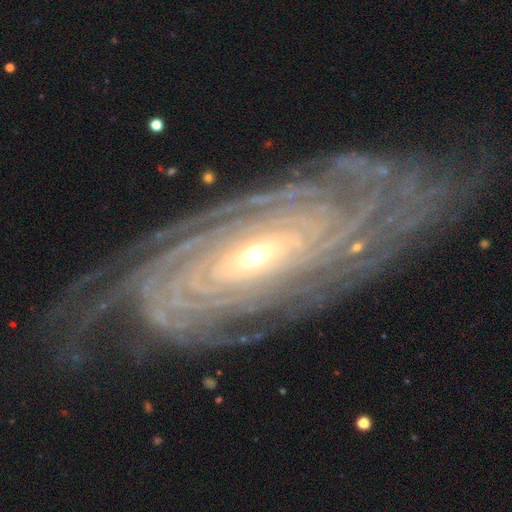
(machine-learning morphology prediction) Smooth or featured: featured or disk — 90% (star or artifact — 5%)
Edge-on disk: no — 91% (yes — 9%)
Bar: no — 65% (weak — 20%)
Spiral arms: yes — 97% (no — 3%)
Spiral winding: tight — 85% (medium — 11%)
Spiral arm count: more than 4 — 30% (can't tell — 25%)
Bulge size: small — 61% (moderate — 34%)
Merging: none — 76% (minor disturbance — 15%)